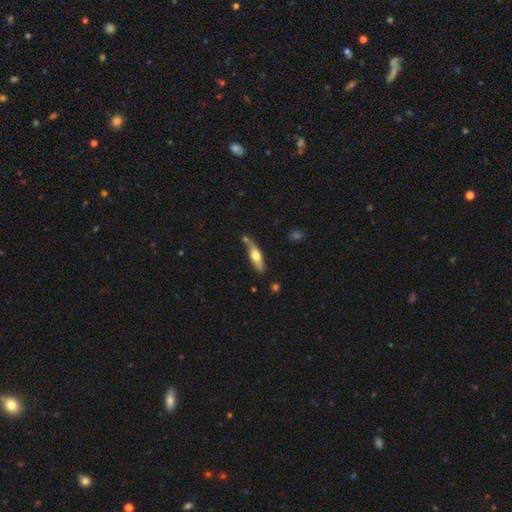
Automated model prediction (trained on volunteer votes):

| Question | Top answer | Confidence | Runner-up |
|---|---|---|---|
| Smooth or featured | smooth | 55% | featured or disk (40%) |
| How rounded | cigar-shaped | 57% | in between (40%) |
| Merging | none | 66% | minor disturbance (19%) |